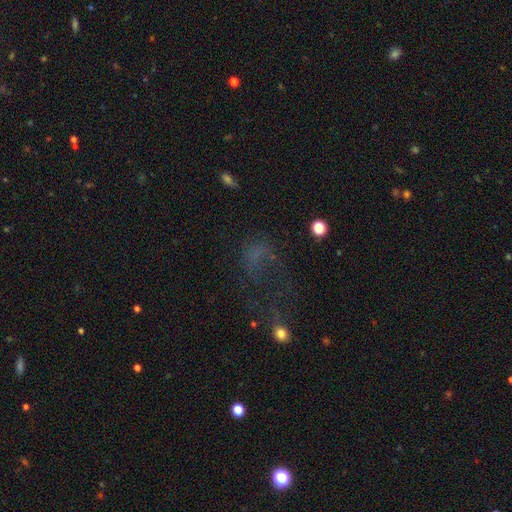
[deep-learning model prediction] This appears to be a smooth galaxy with no disk features (40%). Merging: major disturbance (48%).